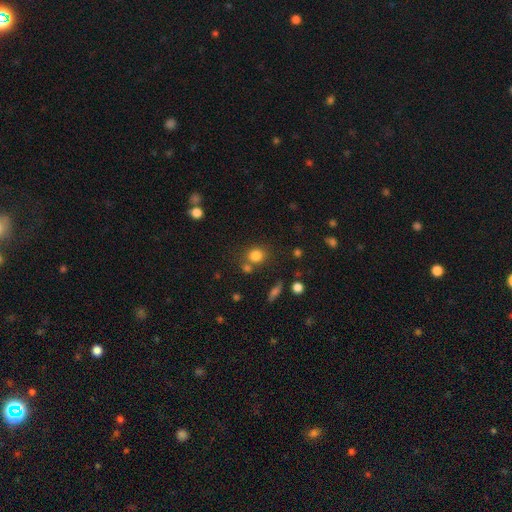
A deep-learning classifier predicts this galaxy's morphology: A smooth galaxy with no disk features (81%) that is round (79%).

Vote fractions:
- Smooth or featured? smooth: 81% / star or artifact: 13% / featured or disk: 7%
- How rounded? round: 79% / in between: 20% / cigar-shaped: 1%
- Merging? none: 66% / merger: 18% / minor disturbance: 11% / major disturbance: 5%